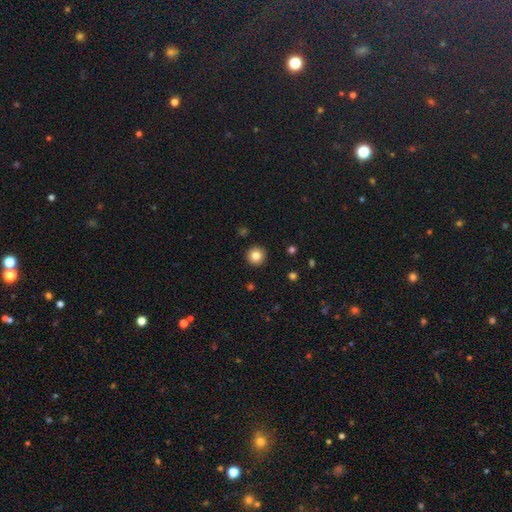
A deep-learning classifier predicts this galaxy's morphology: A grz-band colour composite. It shows a smooth galaxy with no disk features (83%) that is round (95%). Merging: none (93%).